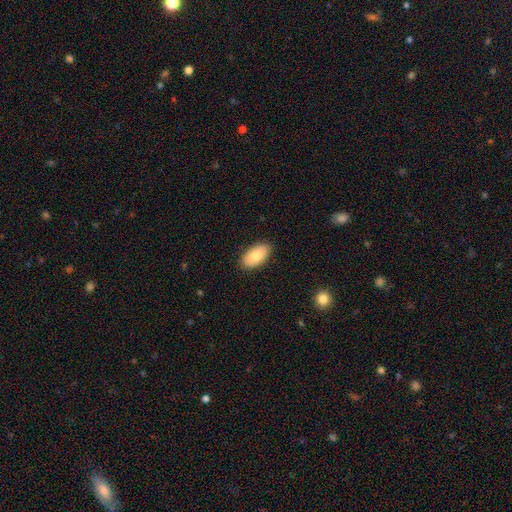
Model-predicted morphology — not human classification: smooth 81%, featured or disk 12%, star or artifact 6%. Down the decision tree: how rounded — in between (95%); merging — none (88%).